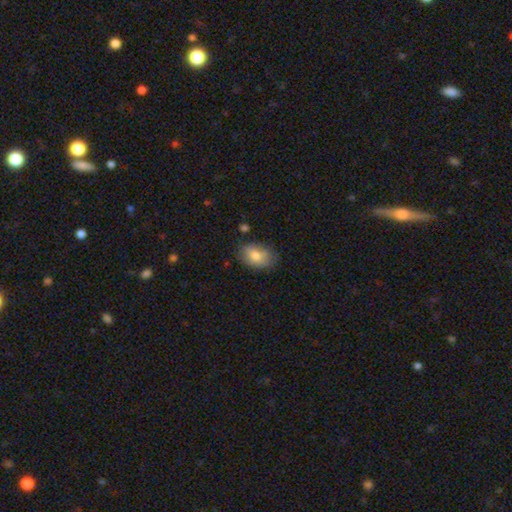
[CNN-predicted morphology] This appears to be a smooth galaxy with no disk features (79%) that is in between round and cigar-shaped (80%). Merging: none (71%).